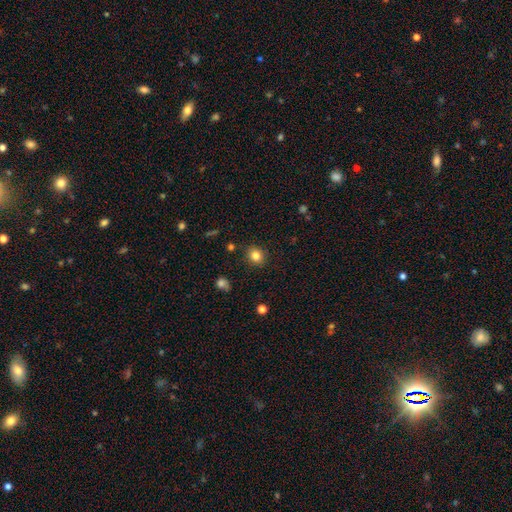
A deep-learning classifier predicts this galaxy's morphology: The model was most divided on "how rounded": round: 74%, in between: 25%, cigar-shaped: 1%. More confident: merging — none (88%); smooth or featured — smooth (82%).